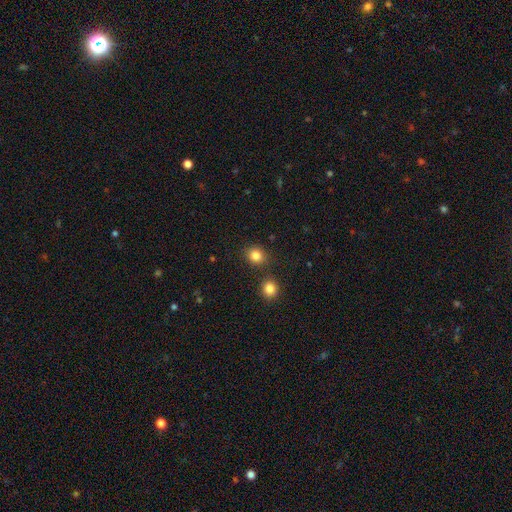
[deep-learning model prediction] smooth-or-featured: smooth: 84% | star or artifact: 11% | featured or disk: 5%
  how-rounded: round: 78% | in between: 21% | cigar-shaped: 1%
  merging: none: 82% | minor disturbance: 8% | merger: 7% | major disturbance: 3%